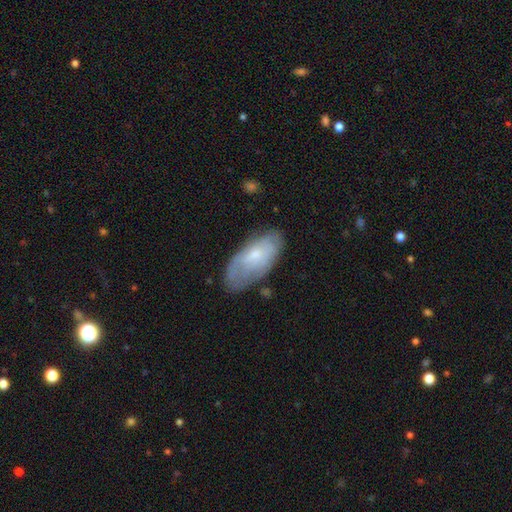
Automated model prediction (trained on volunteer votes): A smooth galaxy with no disk features (56%) that is in between round and cigar-shaped (91%).

Vote fractions:
- Smooth or featured? smooth: 56% / featured or disk: 38% / star or artifact: 7%
- How rounded? in between: 91% / cigar-shaped: 7% / round: 2%
- Merging? none: 61% / minor disturbance: 28% / major disturbance: 9% / merger: 2%